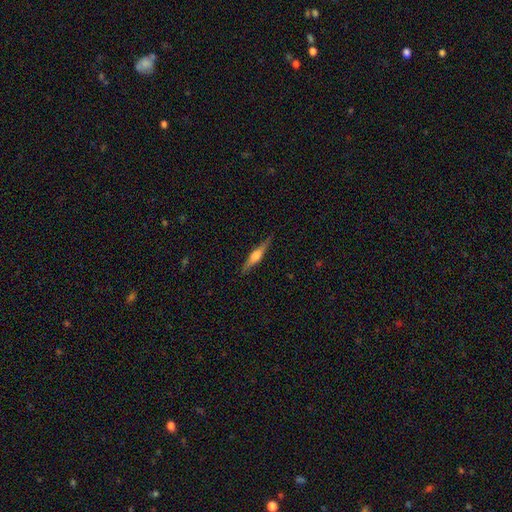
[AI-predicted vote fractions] Overall: featured or disk (59%; smooth 35%). Edge-on disk: yes (97%). Edge-on bulge: rounded (79%). Merging: none (88%).